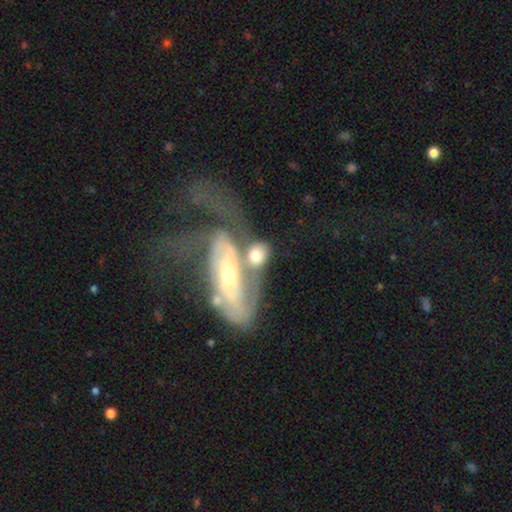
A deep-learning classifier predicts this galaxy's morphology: smooth_or_featured: smooth (p=0.51) [alt: featured or disk p=0.42]
how_rounded: in between (p=0.60) [alt: round p=0.35]
merging: merger (p=0.46) [alt: none p=0.28]